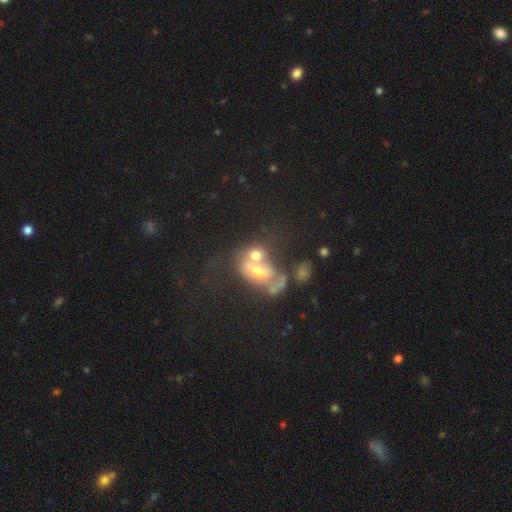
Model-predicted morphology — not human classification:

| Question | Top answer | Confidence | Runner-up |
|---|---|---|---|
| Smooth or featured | smooth | 44% | featured or disk (42%) |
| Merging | merger | 62% | none (16%) |